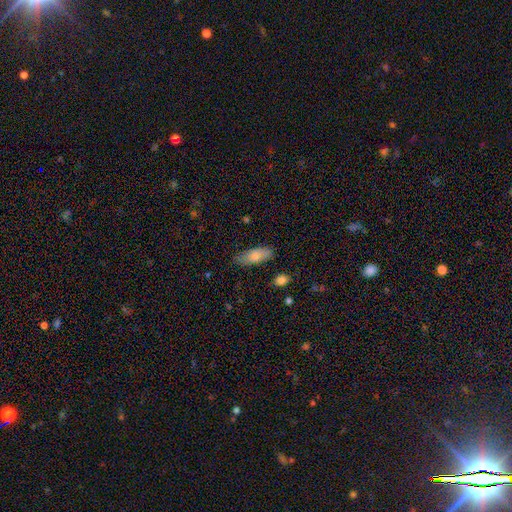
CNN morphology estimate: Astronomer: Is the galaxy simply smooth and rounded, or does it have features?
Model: smooth — 77%.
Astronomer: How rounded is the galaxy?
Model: in between — 76%.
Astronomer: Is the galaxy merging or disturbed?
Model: none — 75%.